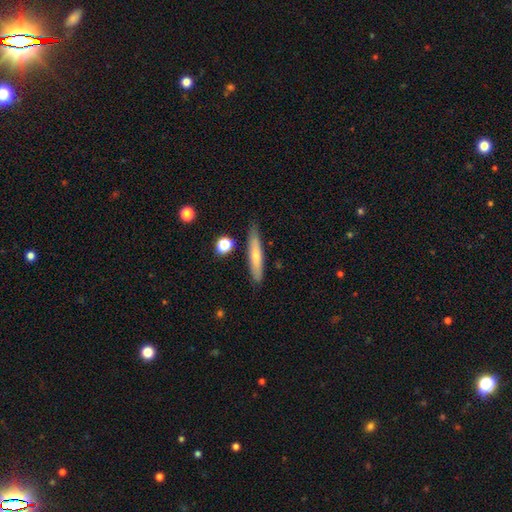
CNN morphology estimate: Smooth or featured? smooth (62%)
How rounded? cigar-shaped (90%)
Merging? none (82%)